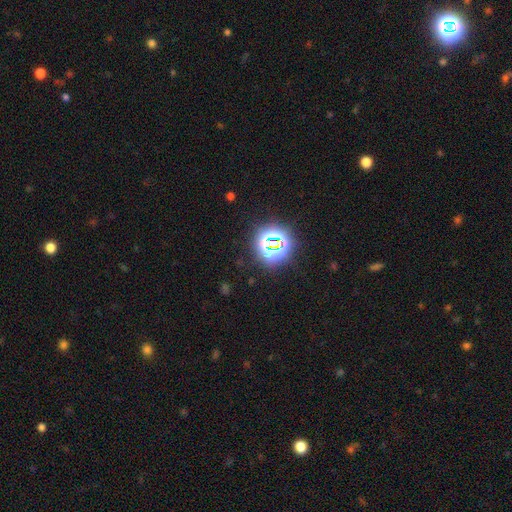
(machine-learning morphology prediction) smooth_or_featured: star or artifact (p=0.80) [alt: smooth p=0.14]